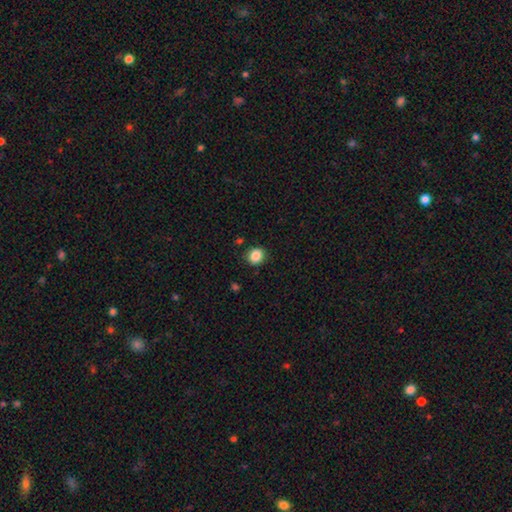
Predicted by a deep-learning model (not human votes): Smooth or featured? Predicted: smooth (p=0.87). How rounded? Predicted: round (p=0.77). Merging? Predicted: none (p=0.86).